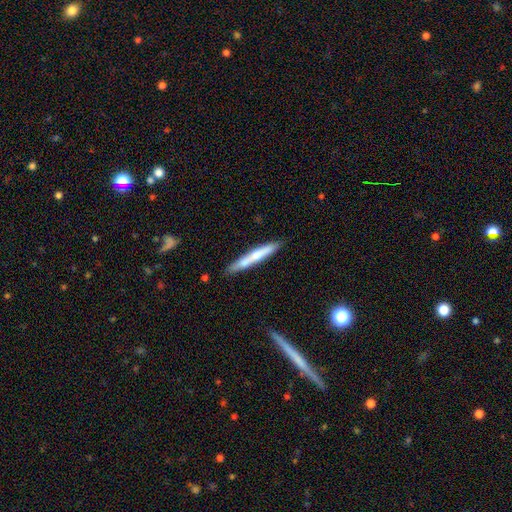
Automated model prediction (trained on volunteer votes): A smooth galaxy with no disk features (54%) that is cigar-shaped (95%). Merging: none (83%).